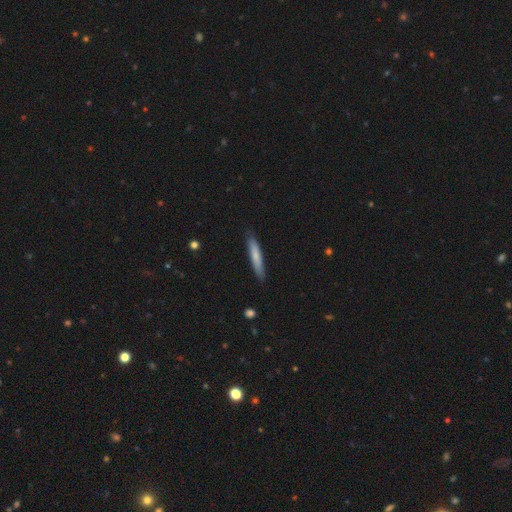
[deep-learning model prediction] smooth-or-featured: smooth: 72% | featured or disk: 23% | star or artifact: 5%
  how-rounded: cigar-shaped: 92% | in between: 7% | round: 1%
  merging: none: 86% | minor disturbance: 11% | major disturbance: 2% | merger: 1%